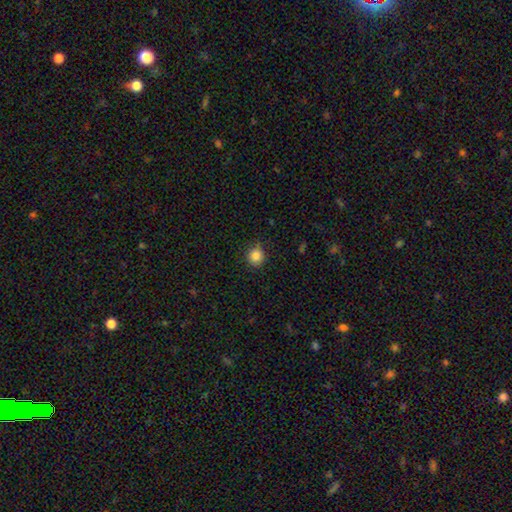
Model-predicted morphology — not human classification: A smooth galaxy with no disk features (85%) that is round (88%).

Vote fractions:
- Smooth or featured? smooth: 85% / star or artifact: 10% / featured or disk: 4%
- How rounded? round: 88% / in between: 11% / cigar-shaped: 1%
- Merging? none: 86% / minor disturbance: 11% / major disturbance: 2% / merger: 1%